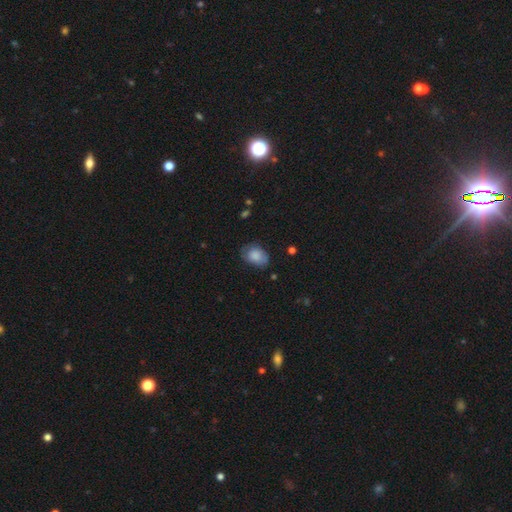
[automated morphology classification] type=smooth (81%); roundness=in between (79%); merging=none (65%).